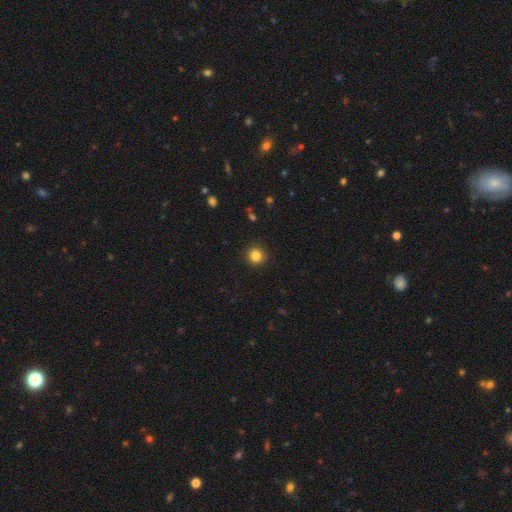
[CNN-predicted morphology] Q: Smooth or featured?
A: smooth (84%); runner-up: star or artifact (11%)
Q: How rounded?
A: round (93%); runner-up: in between (6%)
Q: Merging?
A: none (91%); runner-up: minor disturbance (6%)